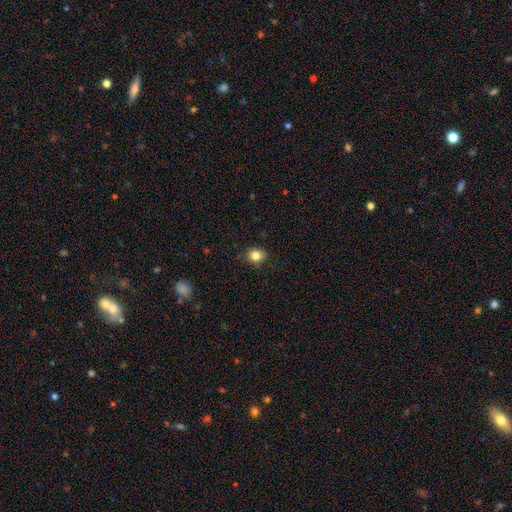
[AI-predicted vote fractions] Q: Smooth or featured?
A: smooth (83%); runner-up: star or artifact (11%)
Q: How rounded?
A: round (64%); runner-up: in between (35%)
Q: Merging?
A: none (87%); runner-up: minor disturbance (10%)